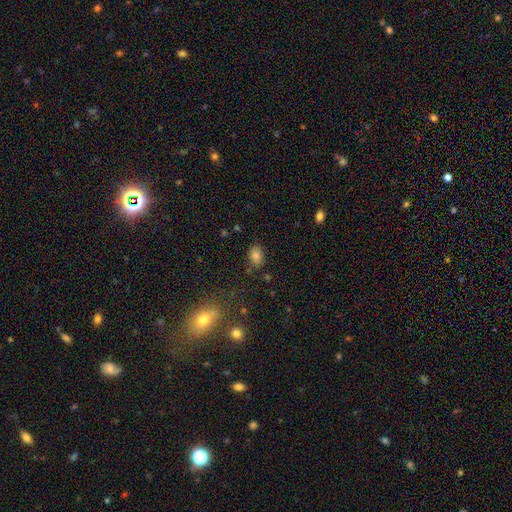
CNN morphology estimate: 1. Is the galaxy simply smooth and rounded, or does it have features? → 78% smooth, 13% star or artifact, 9% featured or disk.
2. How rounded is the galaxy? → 71% in between, 27% round, 1% cigar-shaped.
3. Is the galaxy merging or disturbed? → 81% none, 14% minor disturbance, 3% major disturbance, 3% merger.